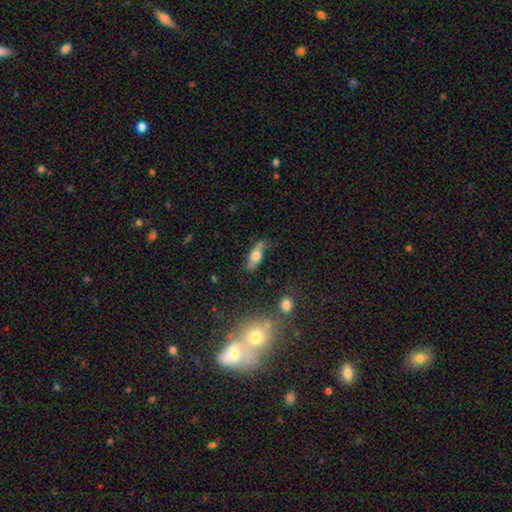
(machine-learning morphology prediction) smooth 57%, featured or disk 35%, star or artifact 8%. Down the decision tree: how rounded — in between (62%); merging — none (69%).